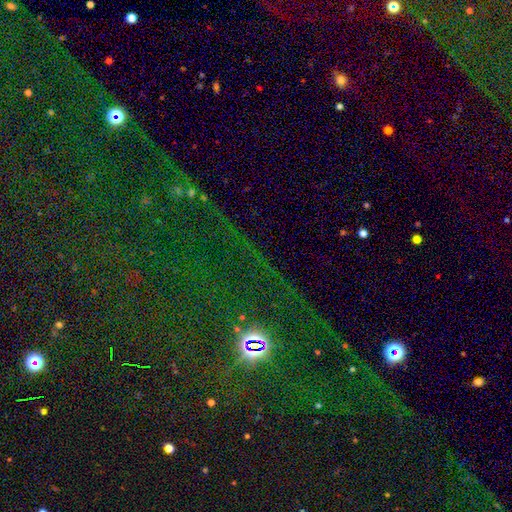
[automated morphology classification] The model was most divided on "smooth or featured": star or artifact: 74%, smooth: 18%, featured or disk: 9%.